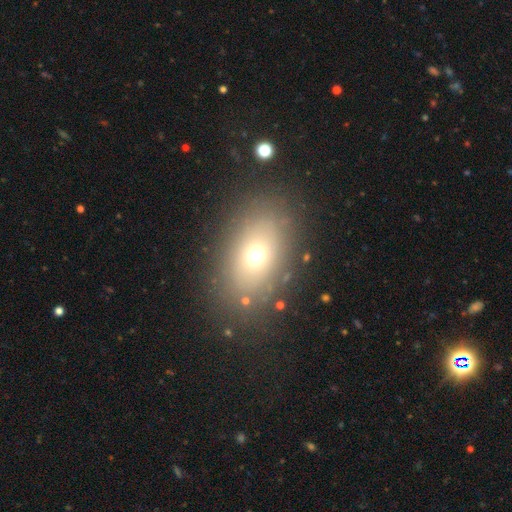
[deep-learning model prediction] Smooth or featured? smooth (67%)
How rounded? in between (79%)
Merging? none (82%)